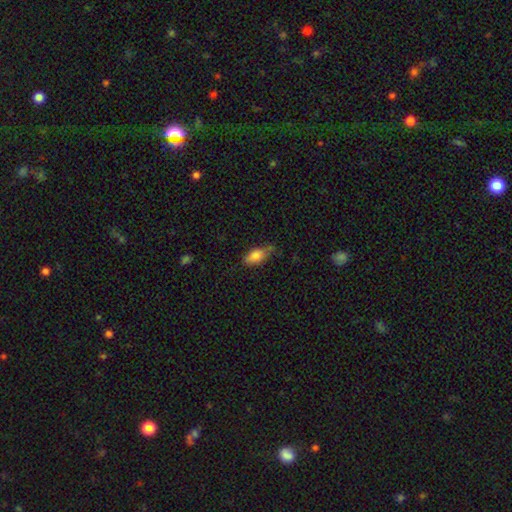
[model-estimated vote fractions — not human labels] Smooth or featured: smooth — 79% (featured or disk — 13%)
How rounded: in between — 86% (cigar-shaped — 9%)
Merging: none — 58% (minor disturbance — 31%)